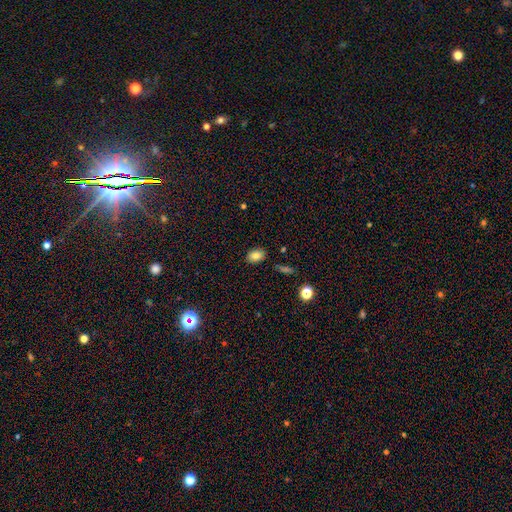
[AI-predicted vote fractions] Smooth or featured? smooth (81%)
How rounded? in between (78%)
Merging? none (86%)